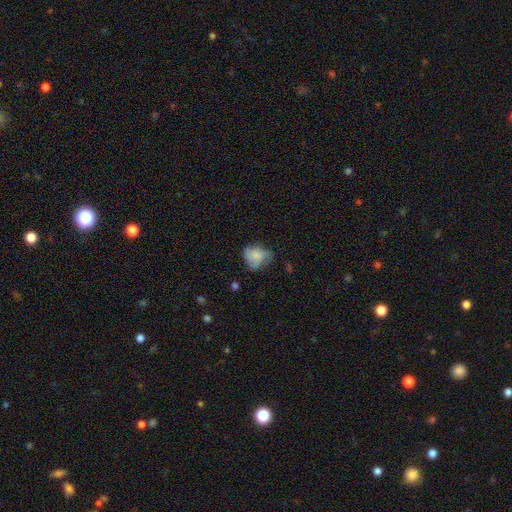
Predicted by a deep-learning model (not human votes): This is likely a smooth galaxy (68%). How rounded: possibly round (50%). Merging: marginally none (44%).